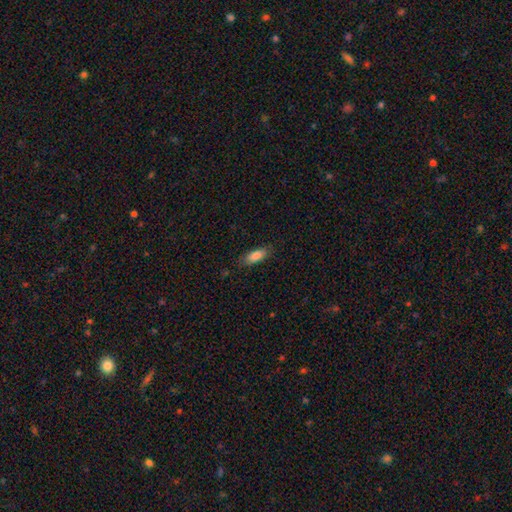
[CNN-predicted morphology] Smooth or featured? smooth (84%)
How rounded? in between (75%)
Merging? none (80%)